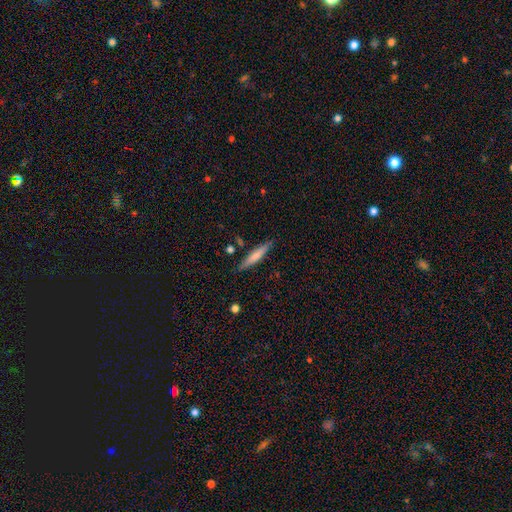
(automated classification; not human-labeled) Smooth or featured? Predicted: smooth (p=0.64). How rounded? Predicted: cigar-shaped (p=0.90). Merging? Predicted: none (p=0.86).